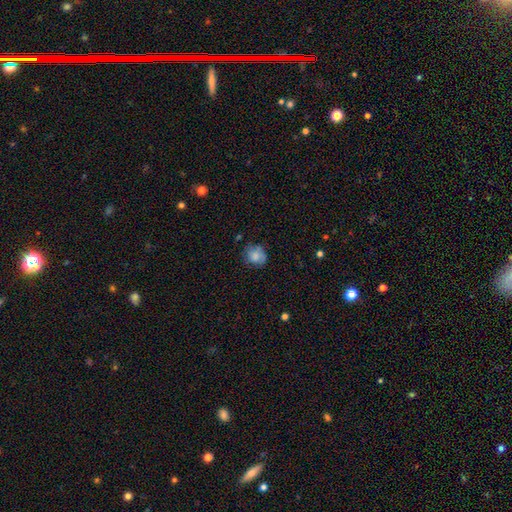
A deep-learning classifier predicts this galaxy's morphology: Q: Smooth or featured?
A: smooth (73%); runner-up: featured or disk (18%)
Q: How rounded?
A: round (67%); runner-up: in between (32%)
Q: Merging?
A: none (66%); runner-up: minor disturbance (24%)